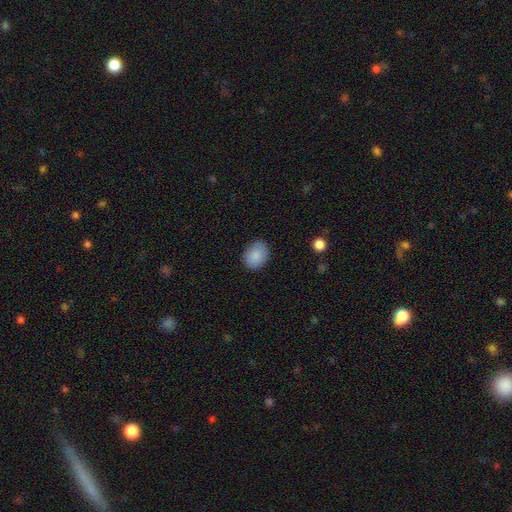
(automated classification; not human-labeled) smooth 88%, star or artifact 7%, featured or disk 5%. Down the decision tree: how rounded — in between (56%); merging — none (81%).